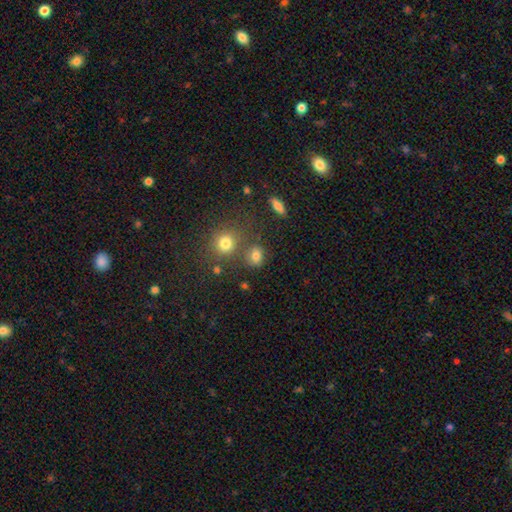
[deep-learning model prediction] A smooth galaxy with no disk features (75%) that is round (54%).

Vote fractions:
- Smooth or featured? smooth: 75% / star or artifact: 16% / featured or disk: 8%
- How rounded? round: 54% / in between: 44% / cigar-shaped: 2%
- Merging? none: 67% / merger: 14% / minor disturbance: 13% / major disturbance: 5%